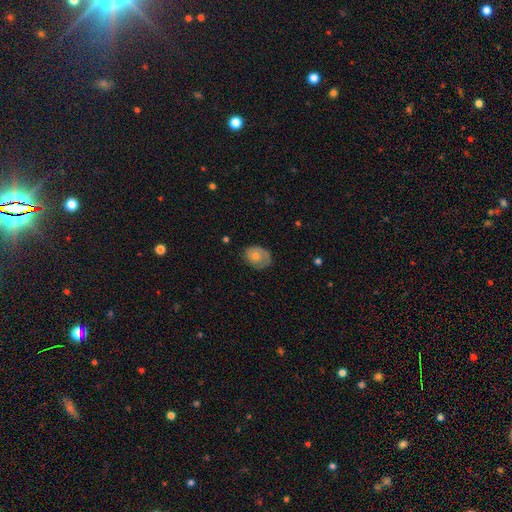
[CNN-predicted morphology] smooth 47%, featured or disk 45%, star or artifact 8%. Down the decision tree: merging — none (69%).